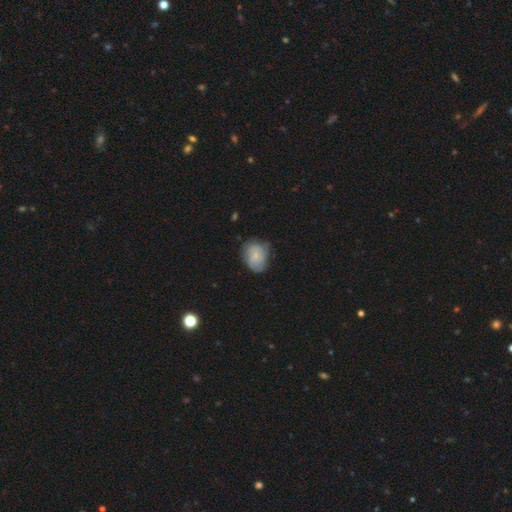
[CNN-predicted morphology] Smooth or featured? Predicted: smooth (p=0.58). How rounded? Predicted: in between (p=0.59). Merging? Predicted: none (p=0.54).